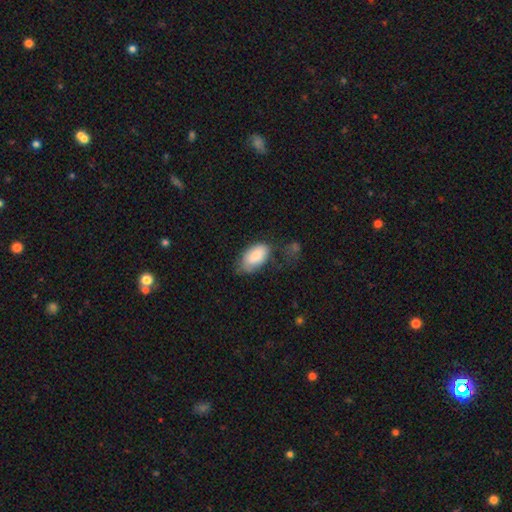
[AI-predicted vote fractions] Smooth or featured? smooth (84%)
How rounded? in between (95%)
Merging? none (47%)